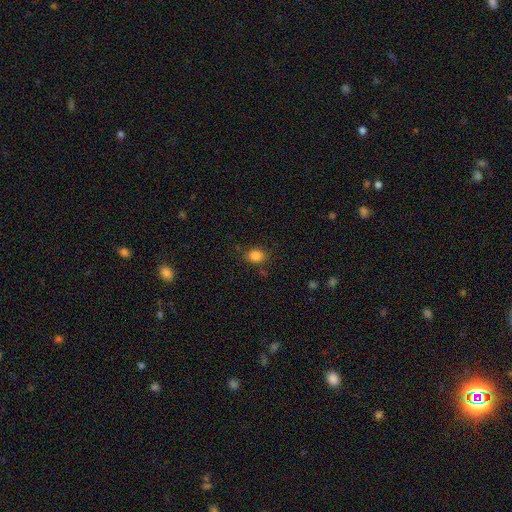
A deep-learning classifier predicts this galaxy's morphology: This is clearly a smooth galaxy (84%). How rounded: possibly in between (53%). Merging: clearly none (81%).